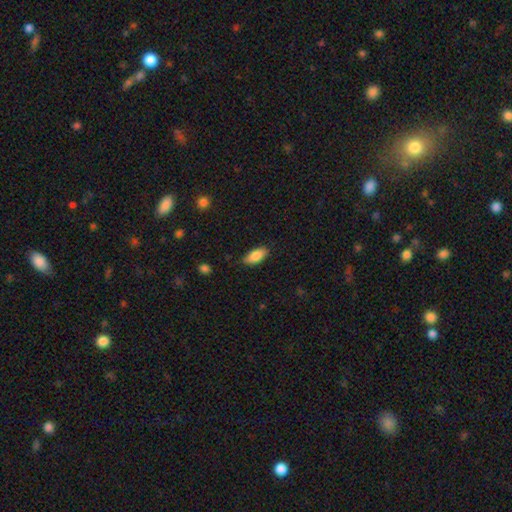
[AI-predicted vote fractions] A smooth galaxy with no disk features (85%) that is in between round and cigar-shaped (88%).

Vote fractions:
- Smooth or featured? smooth: 85% / featured or disk: 9% / star or artifact: 7%
- How rounded? in between: 88% / cigar-shaped: 10% / round: 2%
- Merging? none: 83% / minor disturbance: 14% / major disturbance: 2% / merger: 1%